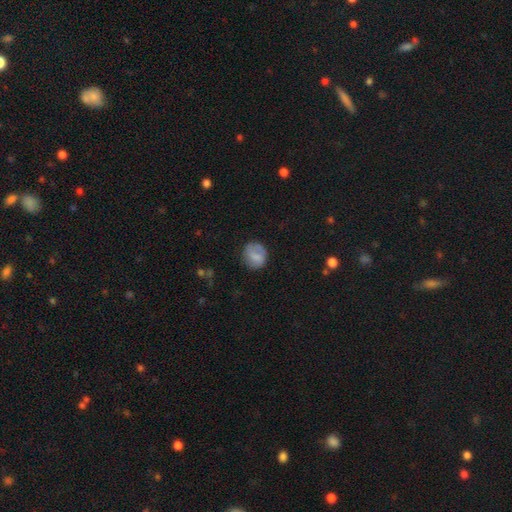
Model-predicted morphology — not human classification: smooth 72%, featured or disk 20%, star or artifact 8%. Down the decision tree: how rounded — round (77%); merging — none (68%).